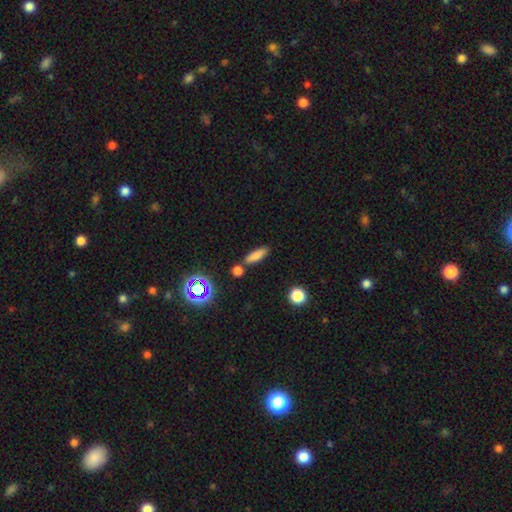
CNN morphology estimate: Overall: smooth (79%). How rounded: cigar-shaped (50%; in between 45%). Merging: none (77%).